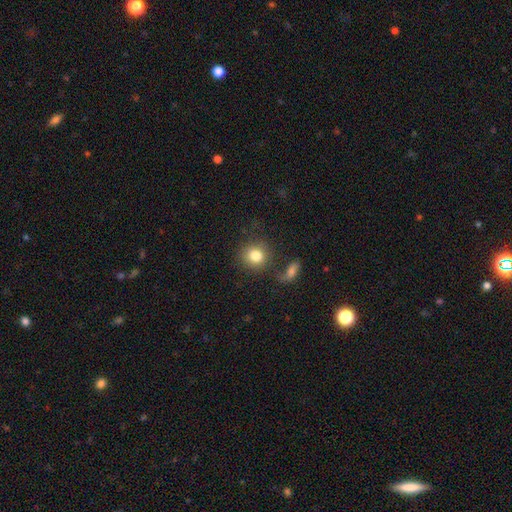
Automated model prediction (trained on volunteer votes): This is clearly a smooth galaxy (82%). How rounded: clearly round (82%). Merging: likely none (74%).